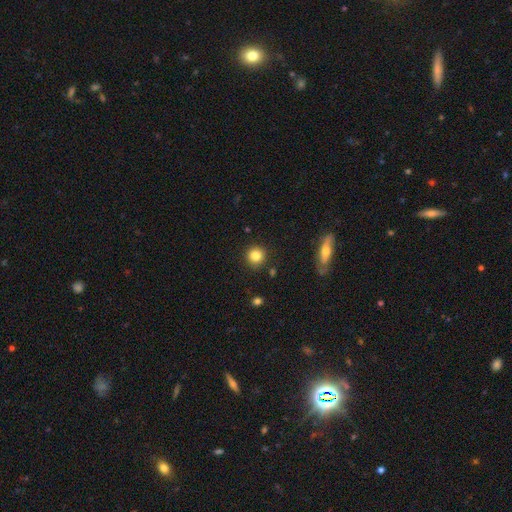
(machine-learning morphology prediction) Q: Smooth or featured?
A: smooth (83%); runner-up: star or artifact (10%)
Q: How rounded?
A: round (93%); runner-up: in between (6%)
Q: Merging?
A: none (89%); runner-up: minor disturbance (7%)